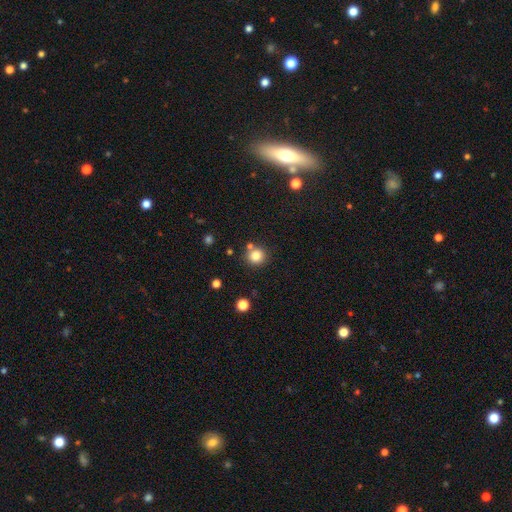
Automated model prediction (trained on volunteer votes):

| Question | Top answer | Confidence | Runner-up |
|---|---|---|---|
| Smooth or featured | smooth | 81% | star or artifact (12%) |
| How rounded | round | 92% | in between (8%) |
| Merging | none | 76% | merger (13%) |